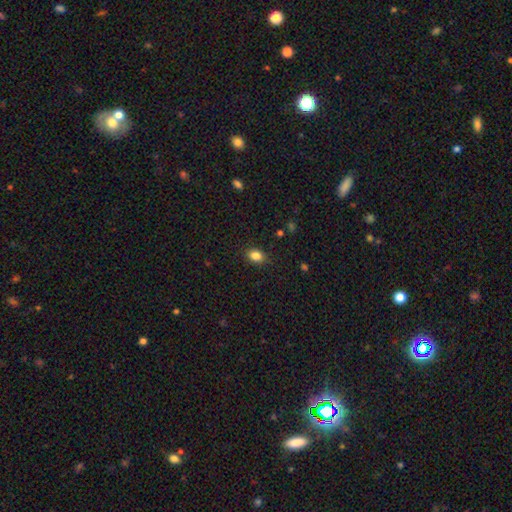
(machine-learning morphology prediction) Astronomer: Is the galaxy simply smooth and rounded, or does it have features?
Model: smooth — 84%.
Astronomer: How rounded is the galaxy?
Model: in between — 69%.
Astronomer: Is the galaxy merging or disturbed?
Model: none — 87%.